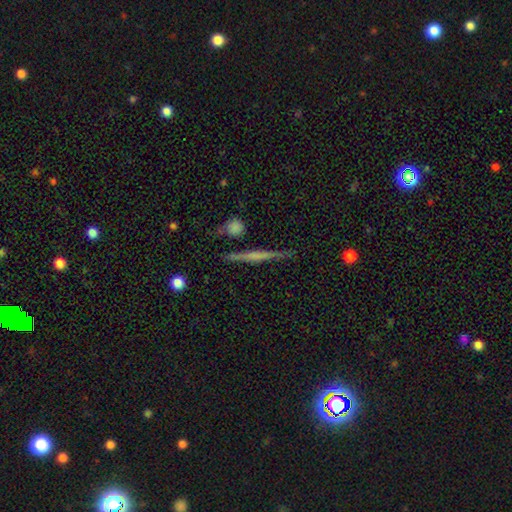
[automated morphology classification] Smooth or featured?
  - featured or disk: 61% *
  - smooth: 31%
  - star or artifact: 8%
Edge-on disk?
  - yes: 97% *
  - no: 3%
Edge-on bulge?
  - none: 54% *
  - rounded: 31%
  - boxy: 16%
Merging?
  - none: 86% *
  - minor disturbance: 9%
  - merger: 3%
  - major disturbance: 2%